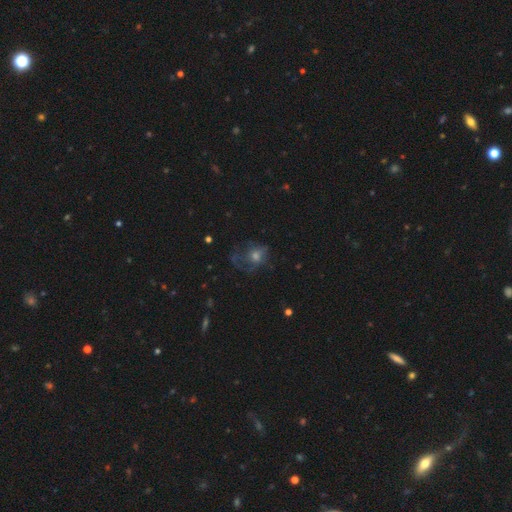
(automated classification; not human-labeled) Smooth or featured: smooth — 42% (featured or disk — 39%)
Merging: none — 43% (major disturbance — 34%)